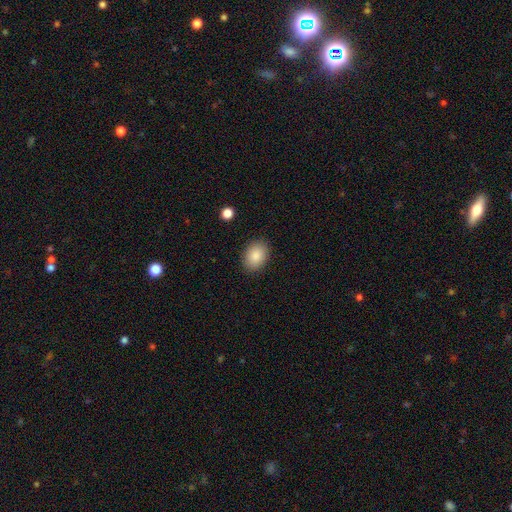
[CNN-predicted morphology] Smooth or featured? Predicted: smooth (p=0.87). How rounded? Predicted: in between (p=0.77). Merging? Predicted: none (p=0.88).